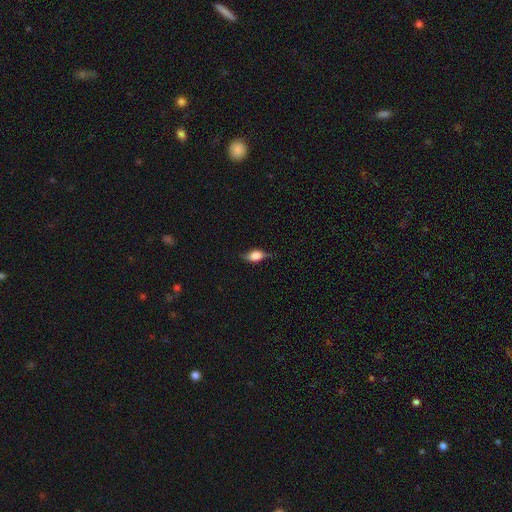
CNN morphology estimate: smooth_or_featured: smooth (p=0.53) [alt: featured or disk p=0.37]
how_rounded: in between (p=0.75) [alt: round p=0.13]
merging: none (p=0.70) [alt: minor disturbance p=0.23]